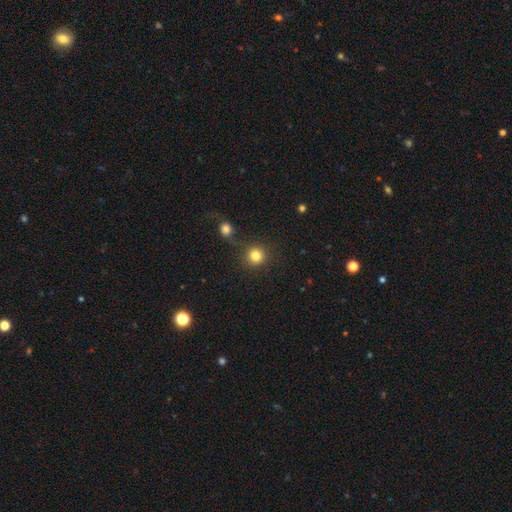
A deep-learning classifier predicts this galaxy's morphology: This appears to be a smooth galaxy with no disk features (83%) that is round (93%). Merging: none (79%).